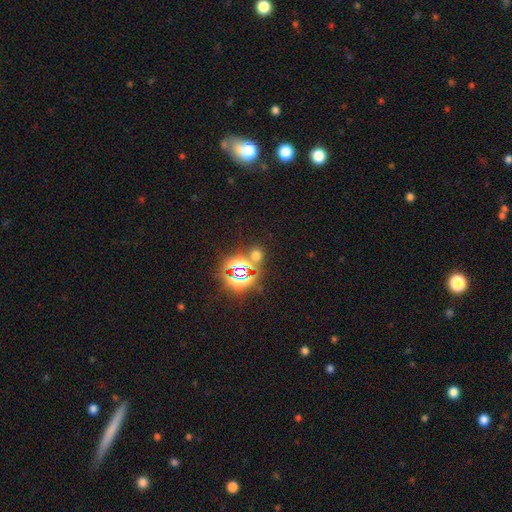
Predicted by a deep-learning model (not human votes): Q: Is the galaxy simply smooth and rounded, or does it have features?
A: star or artifact — 49%.